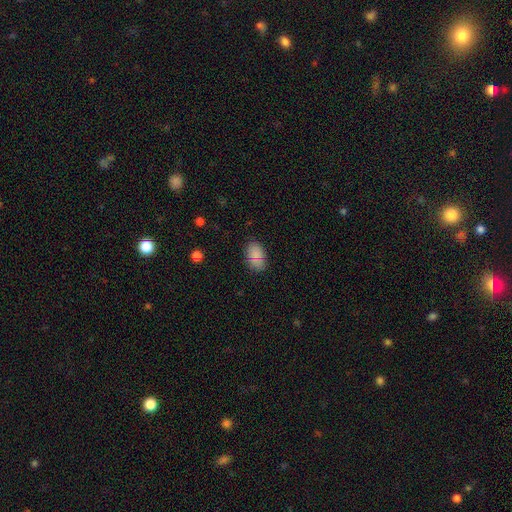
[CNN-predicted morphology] smooth-or-featured: smooth: 82% | star or artifact: 11% | featured or disk: 7%
  how-rounded: in between: 89% | round: 9% | cigar-shaped: 2%
  merging: none: 78% | minor disturbance: 15% | major disturbance: 4% | merger: 3%